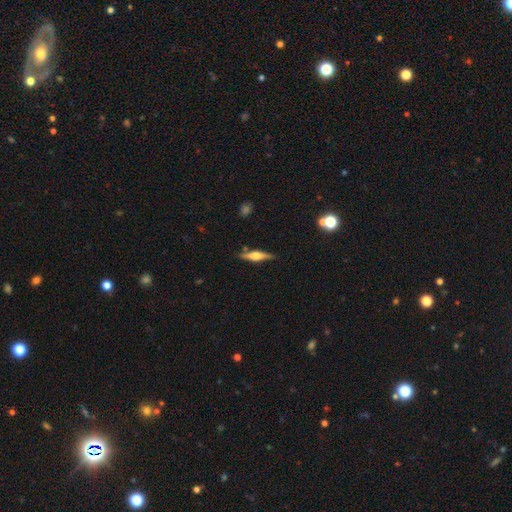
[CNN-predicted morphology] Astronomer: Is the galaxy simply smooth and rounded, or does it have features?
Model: featured or disk — 64%.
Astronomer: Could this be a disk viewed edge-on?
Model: yes — 96%.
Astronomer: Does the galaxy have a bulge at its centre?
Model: rounded — 84%.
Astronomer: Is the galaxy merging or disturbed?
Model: none — 84%.